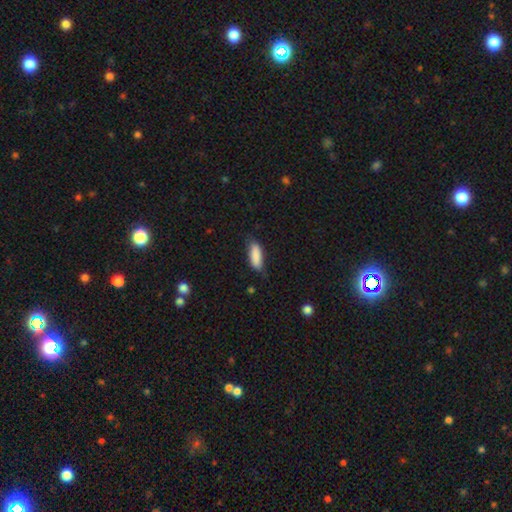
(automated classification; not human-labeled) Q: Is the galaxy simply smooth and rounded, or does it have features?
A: smooth — 86%.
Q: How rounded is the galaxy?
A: in between — 61%.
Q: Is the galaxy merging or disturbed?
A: none — 69%.